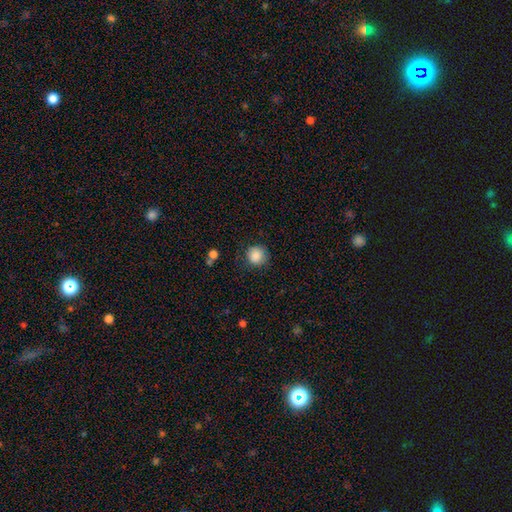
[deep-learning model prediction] Overall: smooth (87%). How rounded: round (91%). Merging: none (81%).